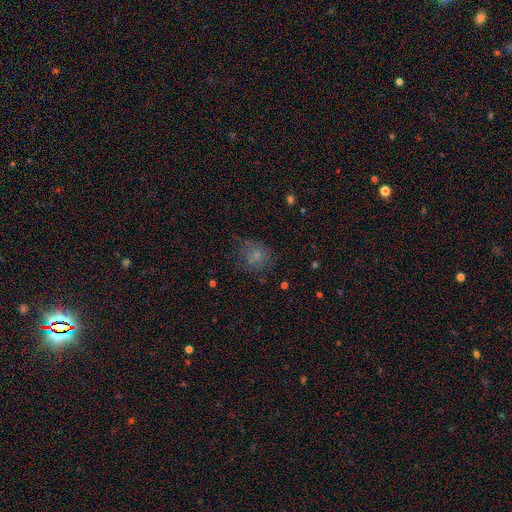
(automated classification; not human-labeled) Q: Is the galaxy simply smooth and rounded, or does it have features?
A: smooth — 61%.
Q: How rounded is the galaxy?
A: round — 66%.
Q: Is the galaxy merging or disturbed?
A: none — 52%.